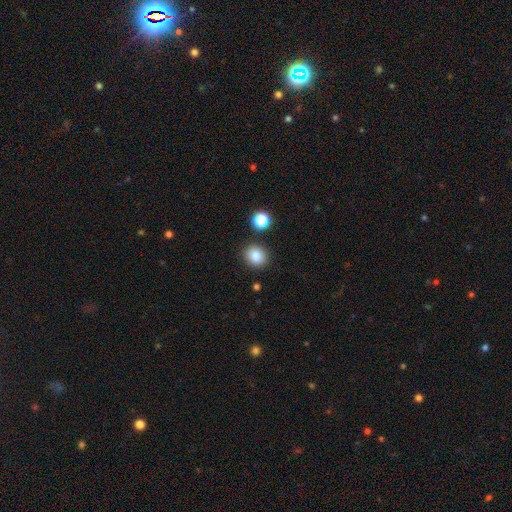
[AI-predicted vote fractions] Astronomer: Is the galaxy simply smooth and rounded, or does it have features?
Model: smooth — 85%.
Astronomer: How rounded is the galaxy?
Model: round — 77%.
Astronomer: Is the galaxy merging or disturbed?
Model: none — 85%.